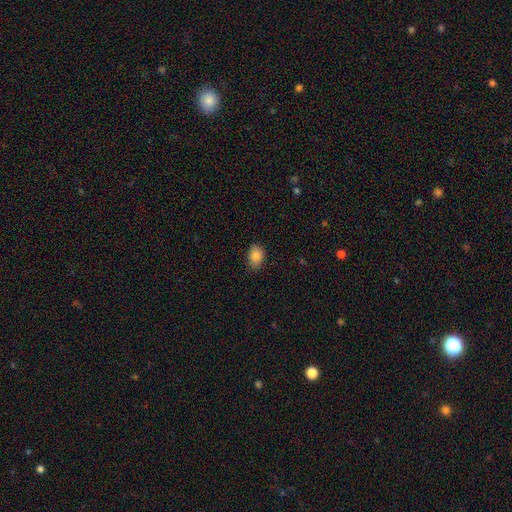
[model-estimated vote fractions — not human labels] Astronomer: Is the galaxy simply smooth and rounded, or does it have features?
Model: smooth — 86%.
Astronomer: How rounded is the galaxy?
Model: in between — 77%.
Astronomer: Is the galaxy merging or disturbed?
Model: none — 81%.